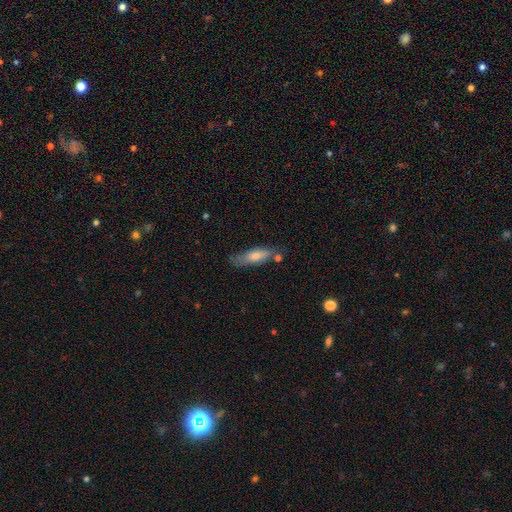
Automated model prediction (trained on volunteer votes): This is likely a smooth galaxy (63%). How rounded: possibly cigar-shaped (60%). Merging: likely none (67%).